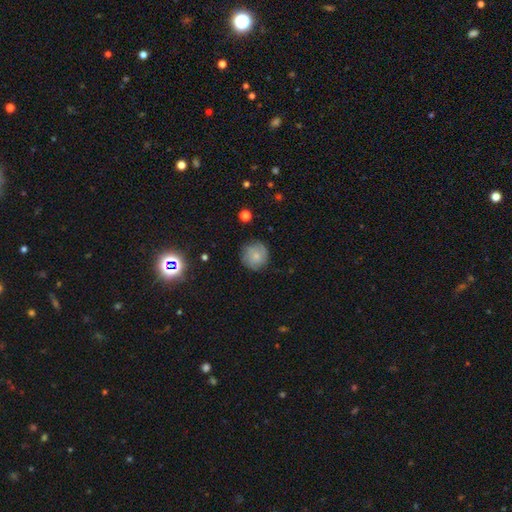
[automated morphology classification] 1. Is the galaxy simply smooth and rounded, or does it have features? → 68% smooth, 22% featured or disk, 9% star or artifact.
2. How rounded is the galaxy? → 91% round, 8% in between, 1% cigar-shaped.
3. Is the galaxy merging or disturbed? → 75% none, 19% minor disturbance, 5% major disturbance, 1% merger.